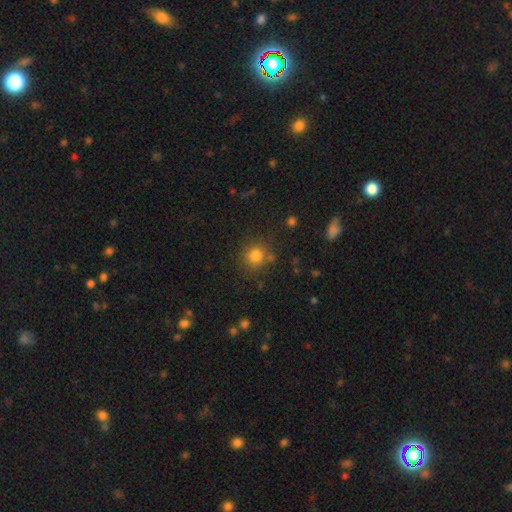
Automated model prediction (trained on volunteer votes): smooth-or-featured: smooth: 82% | star or artifact: 13% | featured or disk: 6%
  how-rounded: round: 88% | in between: 11% | cigar-shaped: 1%
  merging: none: 77% | minor disturbance: 12% | merger: 6% | major disturbance: 5%